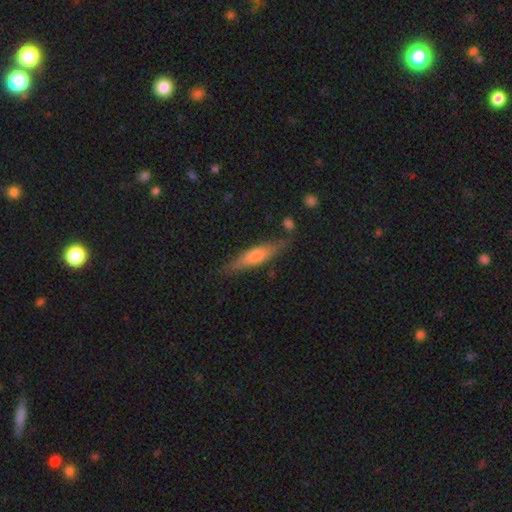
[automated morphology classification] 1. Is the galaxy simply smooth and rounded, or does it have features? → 53% smooth, 41% featured or disk, 6% star or artifact.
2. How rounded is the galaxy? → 80% cigar-shaped, 19% in between, 2% round.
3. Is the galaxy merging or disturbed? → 79% none, 15% minor disturbance, 3% major disturbance, 3% merger.